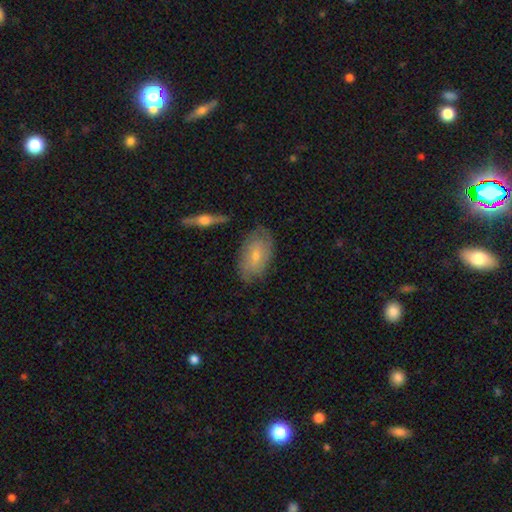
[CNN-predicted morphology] Smooth or featured?
  - smooth: 48% *
  - featured or disk: 44%
  - star or artifact: 8%
Merging?
  - none: 75% *
  - minor disturbance: 19%
  - major disturbance: 4%
  - merger: 2%